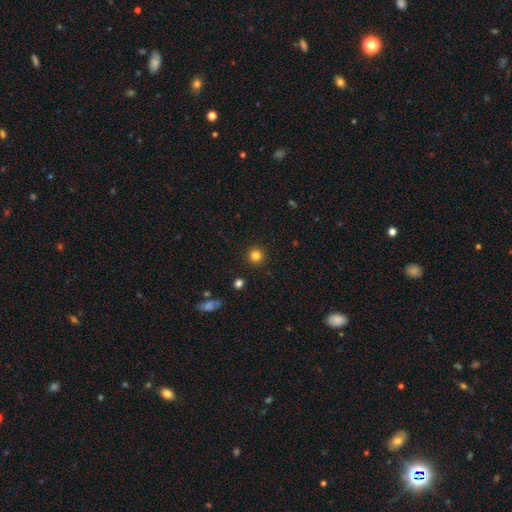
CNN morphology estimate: The model was most divided on "smooth or featured": smooth: 83%, star or artifact: 13%, featured or disk: 5%. More confident: how rounded — round (95%); merging — none (92%).